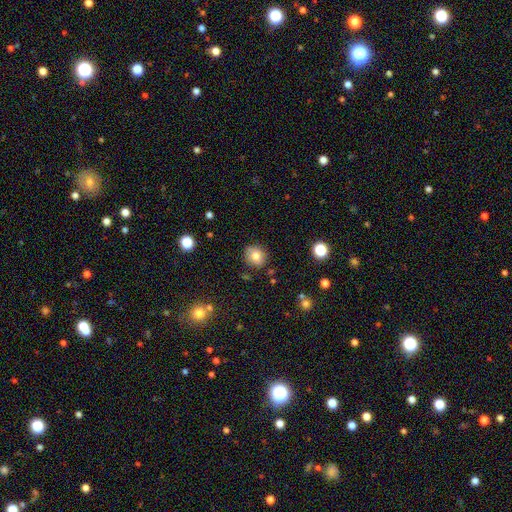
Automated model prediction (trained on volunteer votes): A smooth galaxy with no disk features (78%) that is round (77%).

Vote fractions:
- Smooth or featured? smooth: 78% / featured or disk: 12% / star or artifact: 11%
- How rounded? round: 77% / in between: 22% / cigar-shaped: 1%
- Merging? none: 85% / minor disturbance: 10% / major disturbance: 2% / merger: 2%